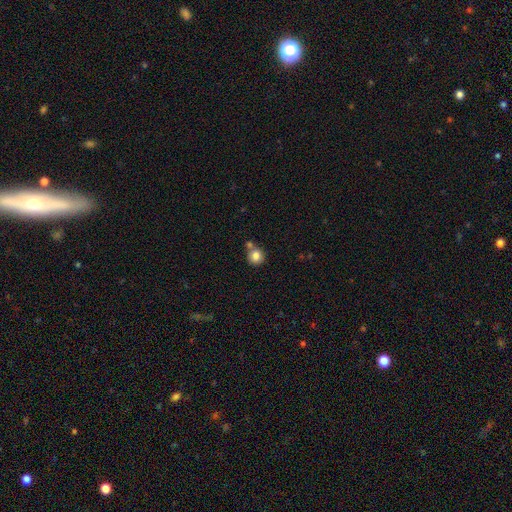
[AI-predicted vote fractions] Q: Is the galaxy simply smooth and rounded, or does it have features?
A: smooth — 83%.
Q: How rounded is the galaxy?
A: round — 91%.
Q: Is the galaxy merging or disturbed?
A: none — 63%.